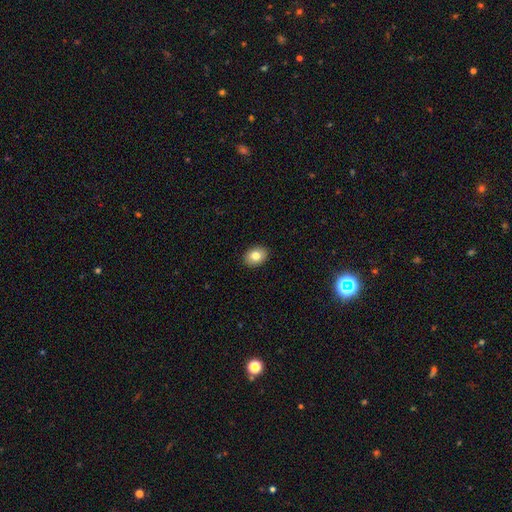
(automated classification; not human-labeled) The model was most divided on "how rounded": in between: 68%, round: 31%, cigar-shaped: 1%. More confident: merging — none (91%); smooth or featured — smooth (81%).